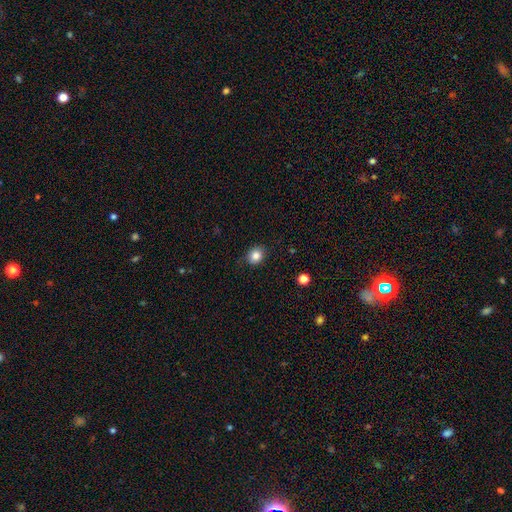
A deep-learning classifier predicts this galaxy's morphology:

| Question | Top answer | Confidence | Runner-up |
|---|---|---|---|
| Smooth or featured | smooth | 84% | star or artifact (10%) |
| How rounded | round | 61% | in between (38%) |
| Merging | none | 84% | minor disturbance (12%) |